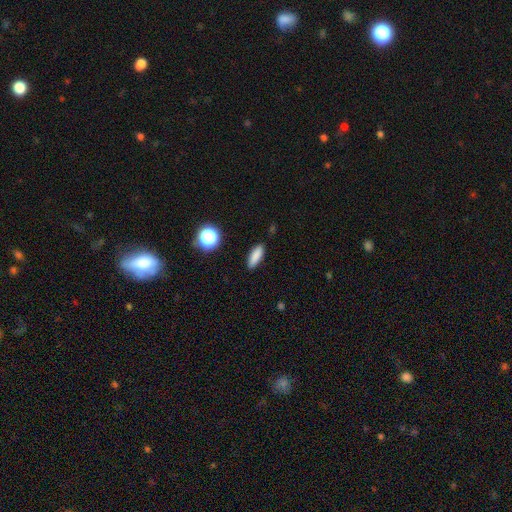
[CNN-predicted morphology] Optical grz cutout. It shows a smooth galaxy with no disk features (84%) that is in between round and cigar-shaped (54%). Merging: none (88%).